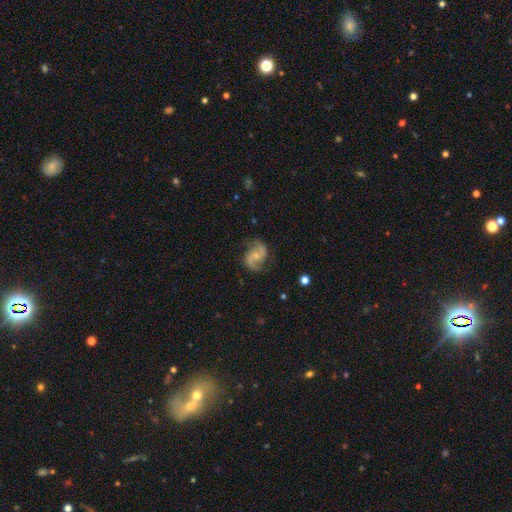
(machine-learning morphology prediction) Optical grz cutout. It shows a featured or disk galaxy (88%) with no bar (51%), 2 (93%) medium (46%) spiral arms (97%) and a small central bulge (57%). Merging: none (79%).